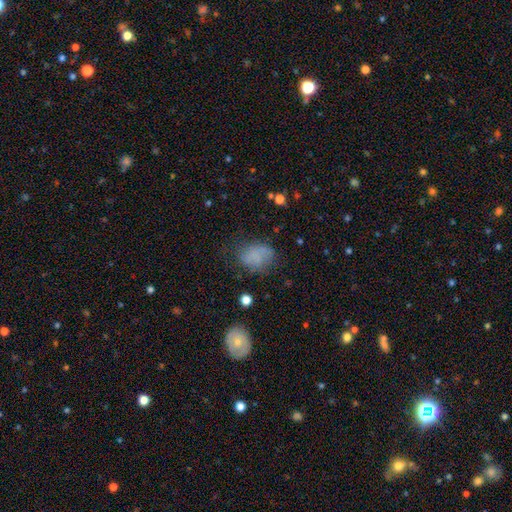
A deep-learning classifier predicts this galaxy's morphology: A smooth galaxy with no disk features (69%) that is in between round and cigar-shaped (68%). Merging: none (53%).